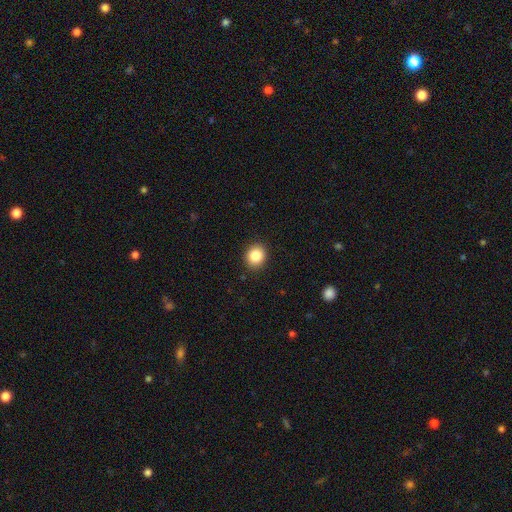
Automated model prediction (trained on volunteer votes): Q: Smooth or featured?
A: smooth (85%); runner-up: star or artifact (10%)
Q: How rounded?
A: round (80%); runner-up: in between (19%)
Q: Merging?
A: none (91%); runner-up: minor disturbance (6%)